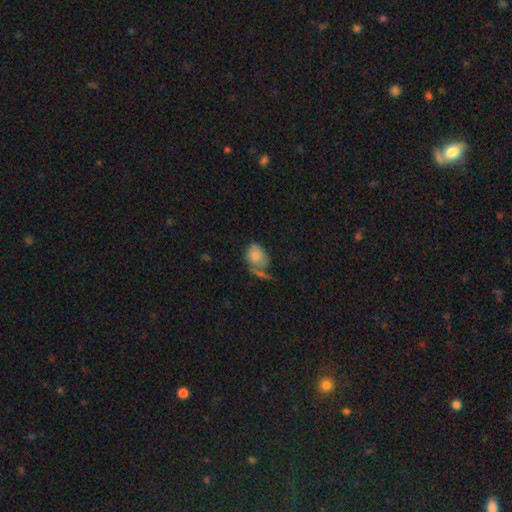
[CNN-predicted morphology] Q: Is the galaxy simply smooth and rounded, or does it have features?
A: smooth — 74%.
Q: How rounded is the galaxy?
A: in between — 66%.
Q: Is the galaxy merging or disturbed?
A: none — 36%.